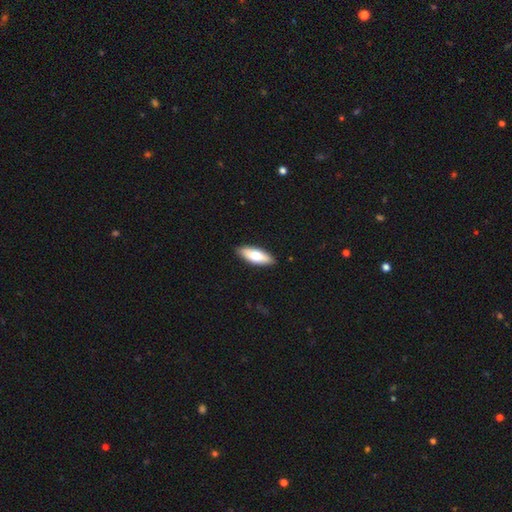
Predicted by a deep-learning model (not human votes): This is likely a smooth galaxy (67%). How rounded: likely in between (65%). Merging: clearly none (90%).